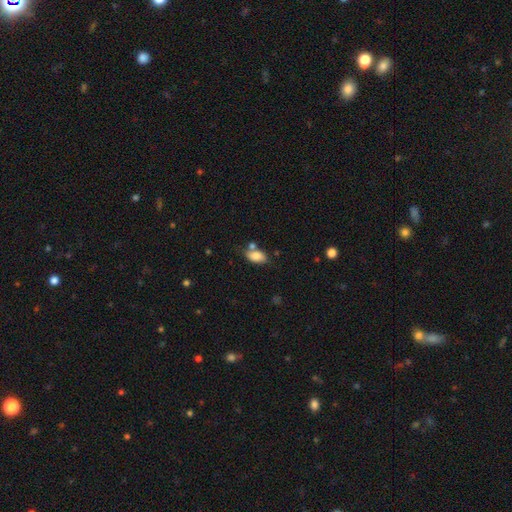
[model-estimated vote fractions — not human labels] Overall: smooth (82%). How rounded: in between (91%). Merging: none (57%; minor disturbance 19%).